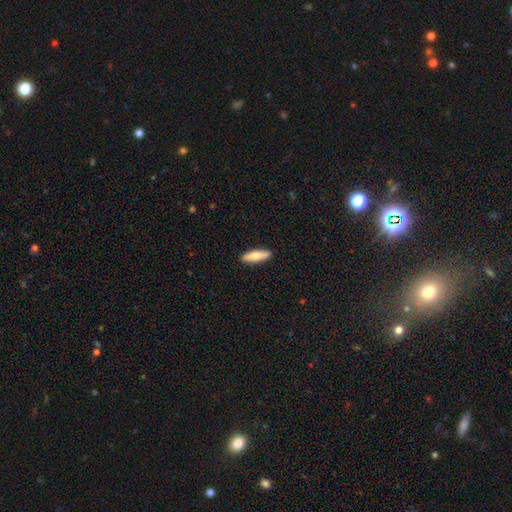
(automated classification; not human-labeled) smooth 75%, featured or disk 19%, star or artifact 5%. Down the decision tree: how rounded — cigar-shaped (62%); merging — none (90%).